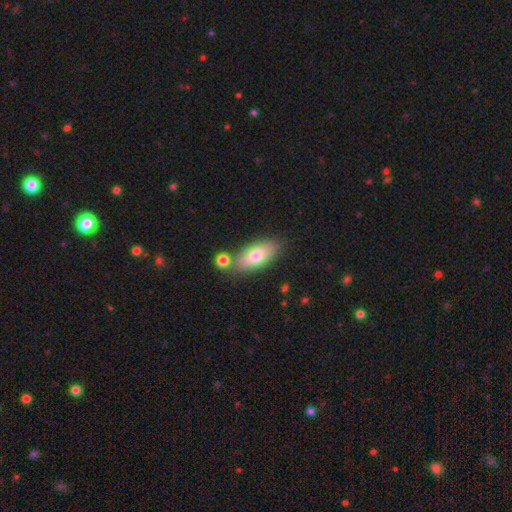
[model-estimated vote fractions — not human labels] Morphology: type=smooth (73%); roundness=in between (81%); merging=none (72%).